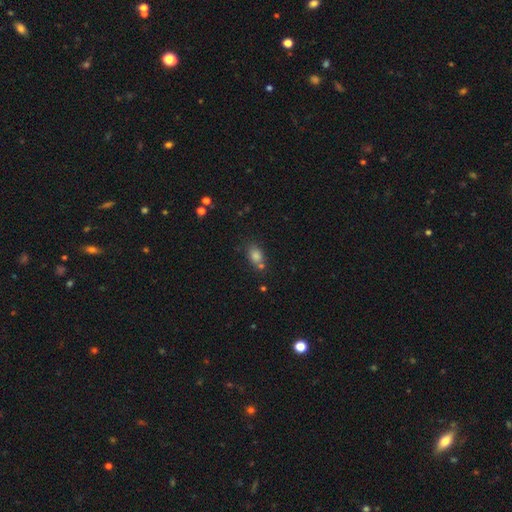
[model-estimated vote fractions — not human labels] Overall: smooth (78%). How rounded: in between (72%). Merging: none (61%).